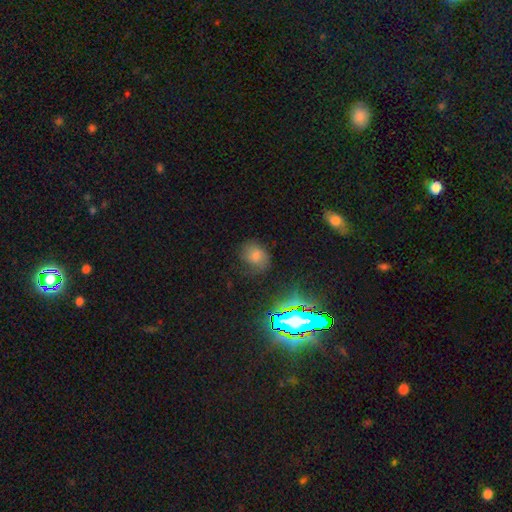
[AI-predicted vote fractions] Smooth or featured? smooth (49%)
Merging? none (74%)